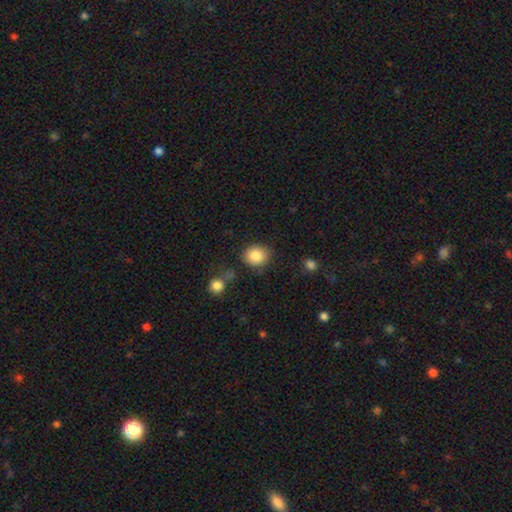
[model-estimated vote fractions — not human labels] The model was most divided on "how rounded": round: 69%, in between: 30%, cigar-shaped: 1%. More confident: smooth or featured — smooth (86%); merging — none (81%).